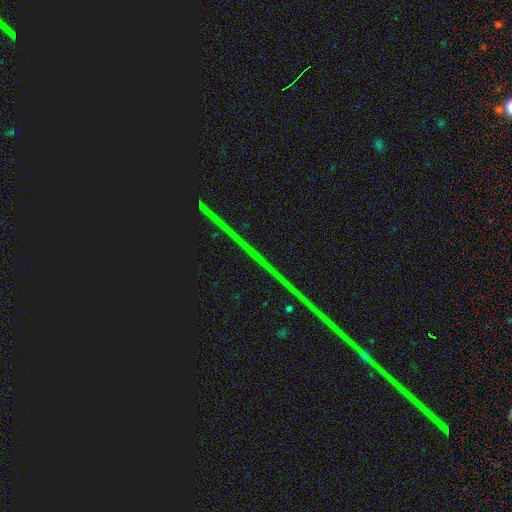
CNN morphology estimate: A star or artifact, not a galaxy (89%).